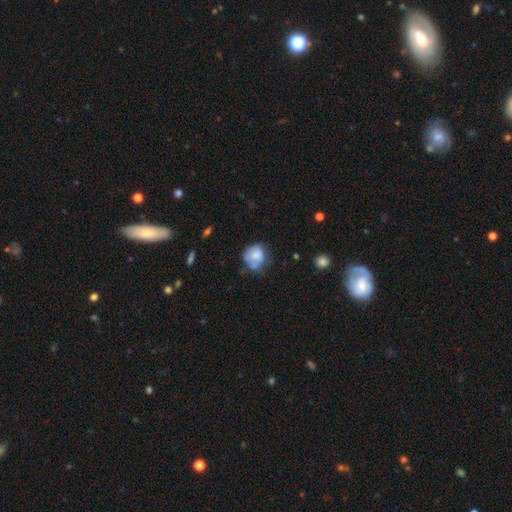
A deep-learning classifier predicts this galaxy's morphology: Smooth or featured? smooth (64%)
How rounded? round (71%)
Merging? none (40%)